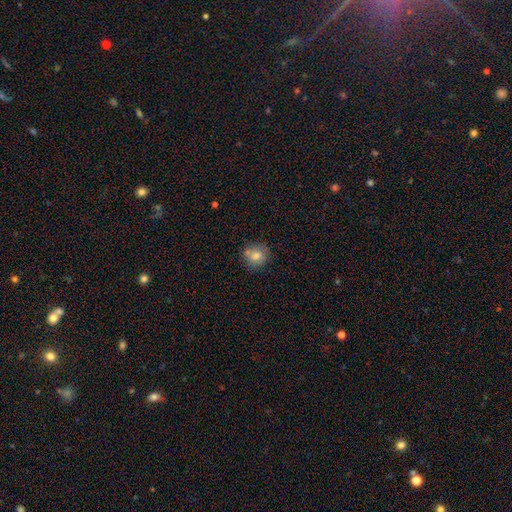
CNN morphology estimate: This is likely a smooth galaxy (77%). How rounded: clearly round (89%). Merging: likely none (72%).